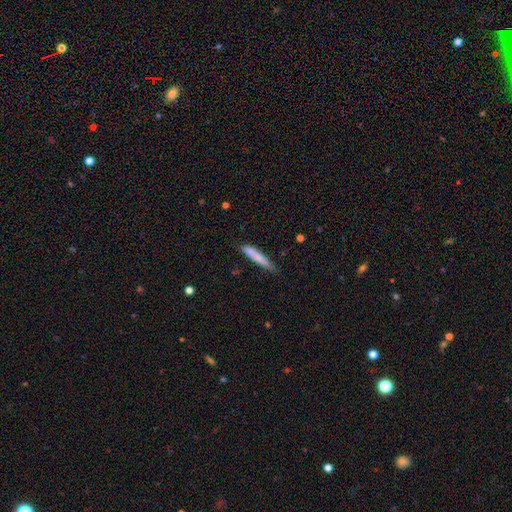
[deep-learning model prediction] Overall: smooth (78%). How rounded: cigar-shaped (92%). Merging: none (70%).